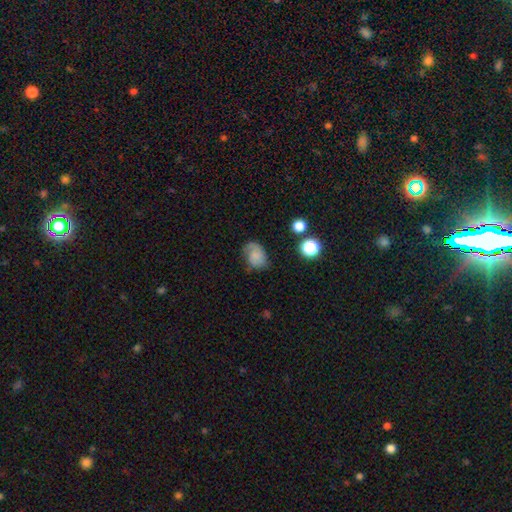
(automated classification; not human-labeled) smooth-or-featured: smooth: 54% | featured or disk: 35% | star or artifact: 11%
  how-rounded: in between: 63% | round: 36% | cigar-shaped: 1%
  merging: none: 56% | minor disturbance: 27% | major disturbance: 14% | merger: 2%